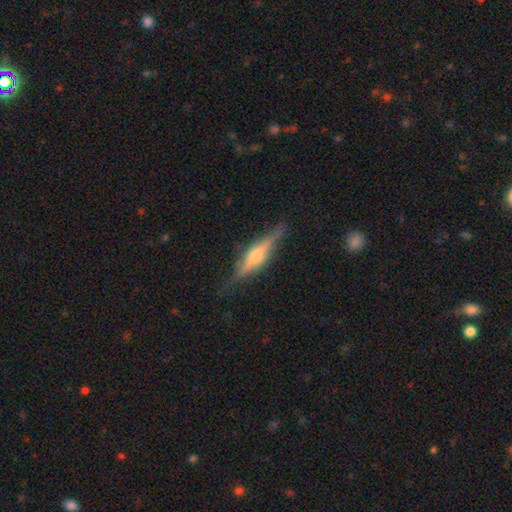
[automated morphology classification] Overall: featured or disk (72%). Edge-on disk: yes (96%). Edge-on bulge: rounded (84%). Merging: none (83%).